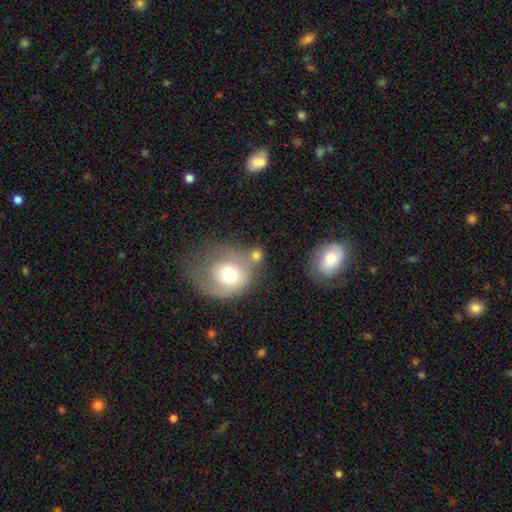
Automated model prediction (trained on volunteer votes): Smooth or featured: smooth — 71% (featured or disk — 17%)
How rounded: round — 77% (in between — 22%)
Merging: none — 46% (merger — 33%)